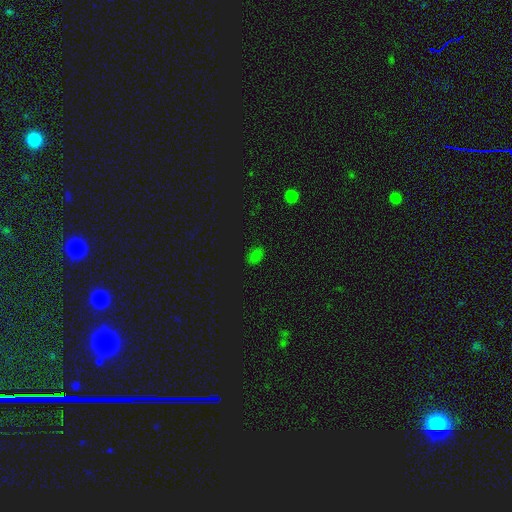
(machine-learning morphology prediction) This appears to be a smooth galaxy with no disk features (73%) that is in between round and cigar-shaped (83%). Merging: none (83%).